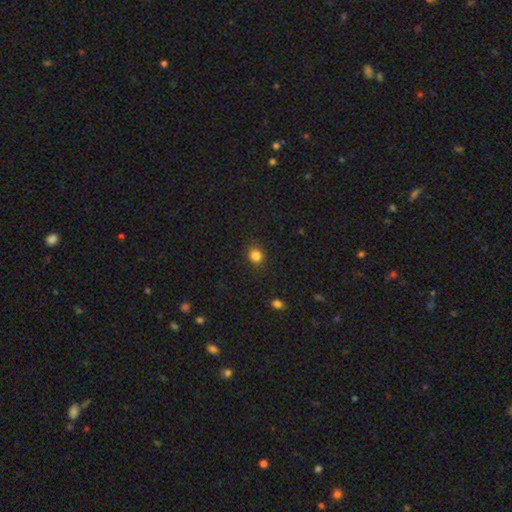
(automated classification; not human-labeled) smooth_or_featured: smooth (p=0.84) [alt: star or artifact p=0.12]
how_rounded: round (p=0.84) [alt: in between p=0.15]
merging: none (p=0.89) [alt: minor disturbance p=0.08]